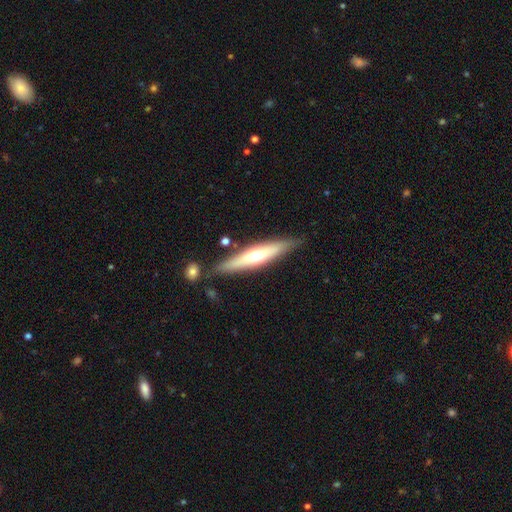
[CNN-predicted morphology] A featured or disk galaxy (53%) viewed edge-on (90%).

Vote fractions:
- Smooth or featured? featured or disk: 53% / smooth: 42% / star or artifact: 6%
- Edge-on disk? yes: 90% / no: 10%
- Merging? none: 82% / minor disturbance: 11% / merger: 4% / major disturbance: 3%